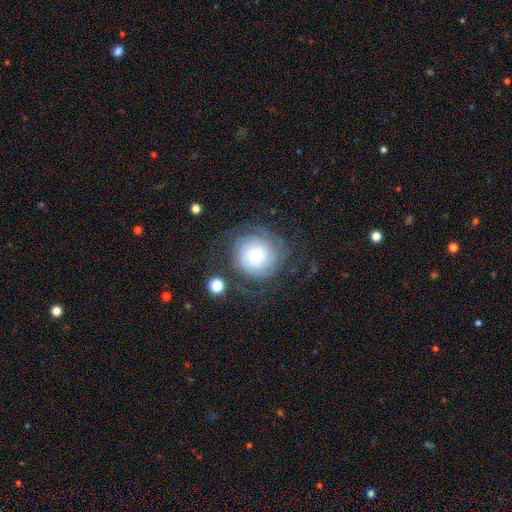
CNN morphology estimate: A featured or disk galaxy (72%) with no bar (74%), tight (72%) spiral arms (94%) and a small central bulge (44%). Merging: none (70%).